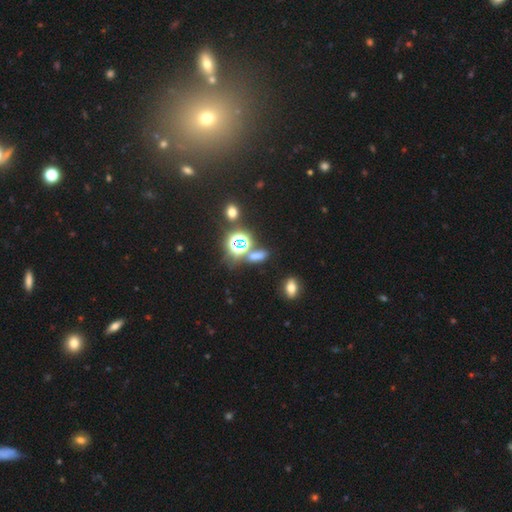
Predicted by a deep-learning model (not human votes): star or artifact 48%, smooth 41%, featured or disk 10%.